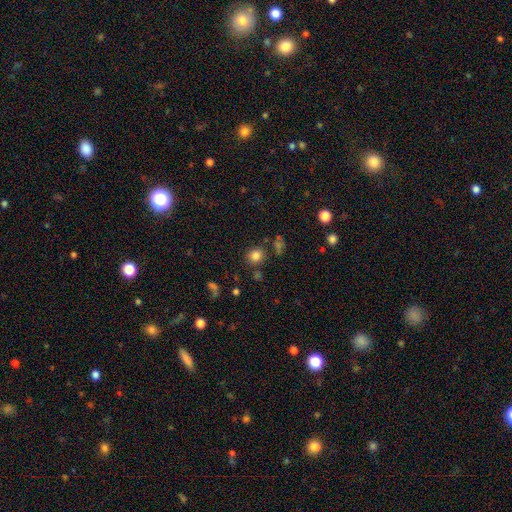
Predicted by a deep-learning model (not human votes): Smooth or featured? smooth (81%)
How rounded? round (84%)
Merging? none (82%)